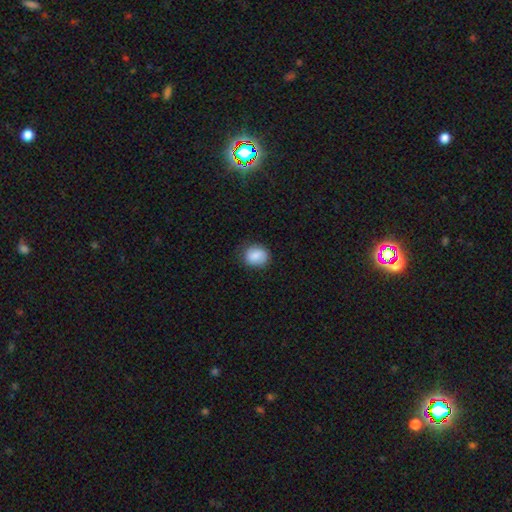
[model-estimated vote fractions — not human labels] Smooth or featured? Predicted: smooth (p=0.84). How rounded? Predicted: round (p=0.64). Merging? Predicted: none (p=0.77).